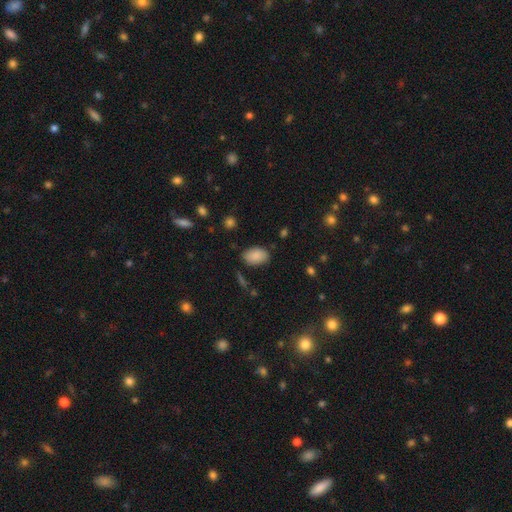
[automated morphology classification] type=smooth (87%); roundness=in between (90%); merging=none (77%).